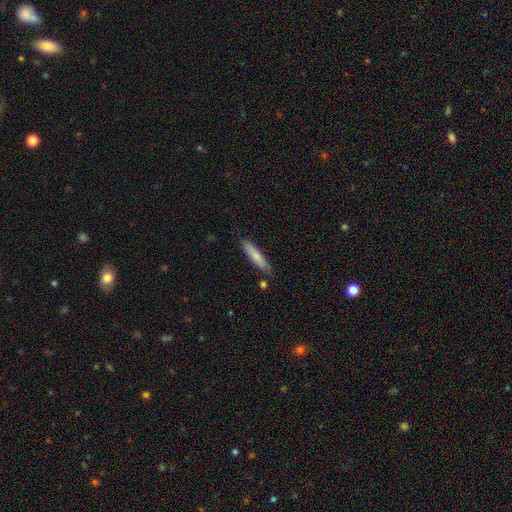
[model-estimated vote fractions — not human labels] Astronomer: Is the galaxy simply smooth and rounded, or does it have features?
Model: smooth — 75%.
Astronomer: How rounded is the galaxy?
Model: cigar-shaped — 83%.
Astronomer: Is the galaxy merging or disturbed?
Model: none — 81%.